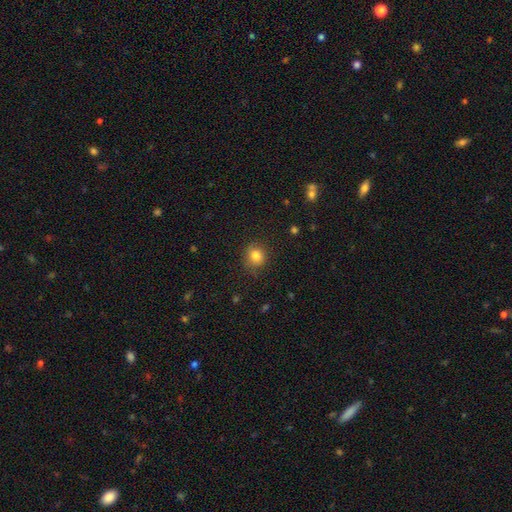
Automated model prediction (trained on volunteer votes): smooth 82%, star or artifact 12%, featured or disk 6%. Down the decision tree: how rounded — round (84%); merging — none (83%).